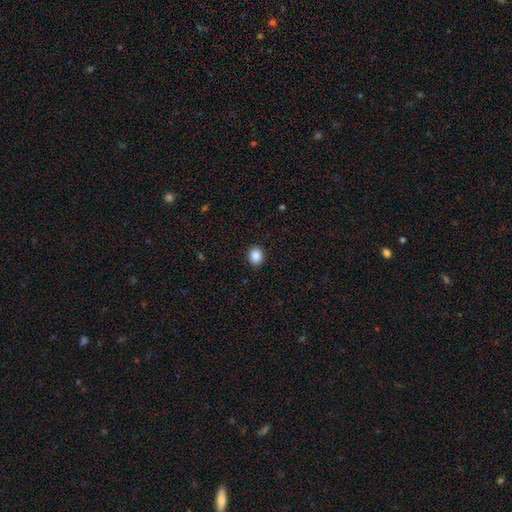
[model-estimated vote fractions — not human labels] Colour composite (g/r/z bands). It shows a smooth galaxy with no disk features (87%) that is round (67%). Merging: none (91%).